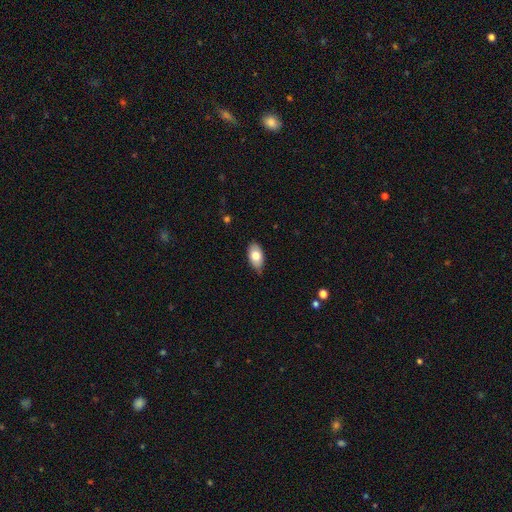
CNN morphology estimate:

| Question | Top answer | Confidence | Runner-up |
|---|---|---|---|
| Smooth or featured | smooth | 78% | featured or disk (16%) |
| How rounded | in between | 93% | round (5%) |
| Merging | none | 75% | minor disturbance (21%) |